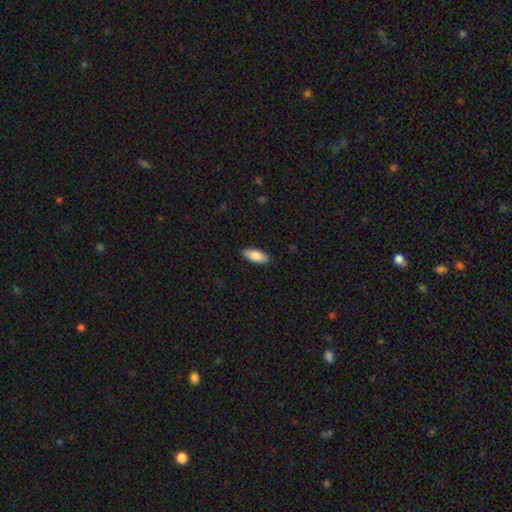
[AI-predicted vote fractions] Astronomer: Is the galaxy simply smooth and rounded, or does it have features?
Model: smooth — 84%.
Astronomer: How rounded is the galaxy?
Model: in between — 82%.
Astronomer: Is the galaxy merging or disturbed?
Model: none — 89%.